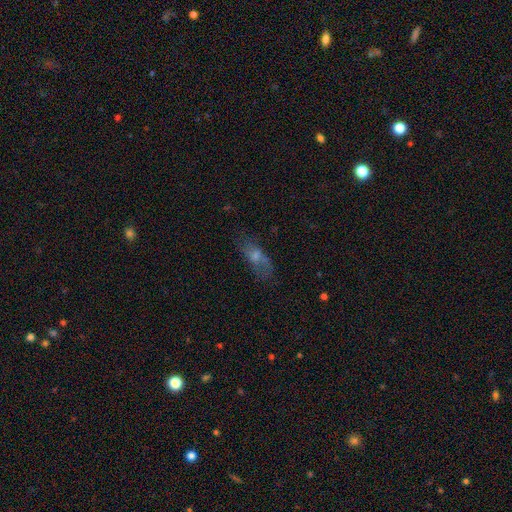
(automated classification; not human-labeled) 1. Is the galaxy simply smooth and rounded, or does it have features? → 44% smooth, 40% featured or disk, 16% star or artifact.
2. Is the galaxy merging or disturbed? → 57% none, 23% minor disturbance, 15% major disturbance, 5% merger.